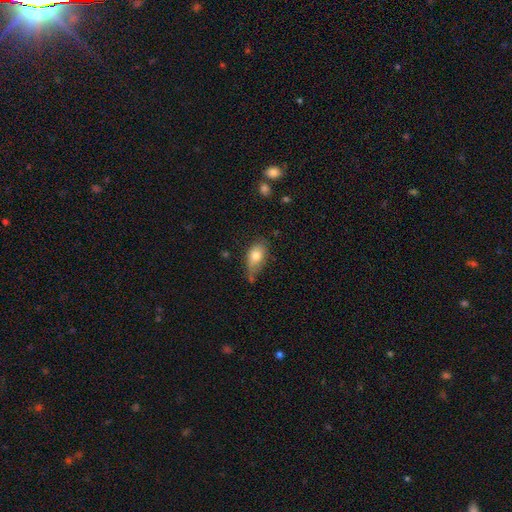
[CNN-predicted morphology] Q: Smooth or featured?
A: smooth (77%); runner-up: featured or disk (15%)
Q: How rounded?
A: in between (87%); runner-up: round (9%)
Q: Merging?
A: none (50%); runner-up: minor disturbance (33%)